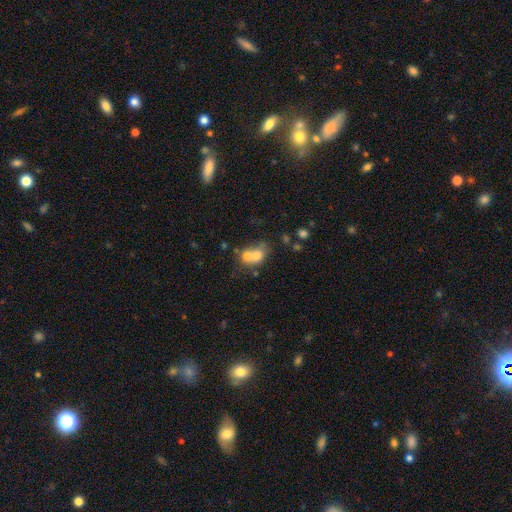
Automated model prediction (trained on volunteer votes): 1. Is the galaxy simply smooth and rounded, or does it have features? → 66% smooth, 23% featured or disk, 12% star or artifact.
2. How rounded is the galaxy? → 59% round, 39% in between, 1% cigar-shaped.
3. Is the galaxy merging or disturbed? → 68% merger, 22% none, 6% minor disturbance, 4% major disturbance.